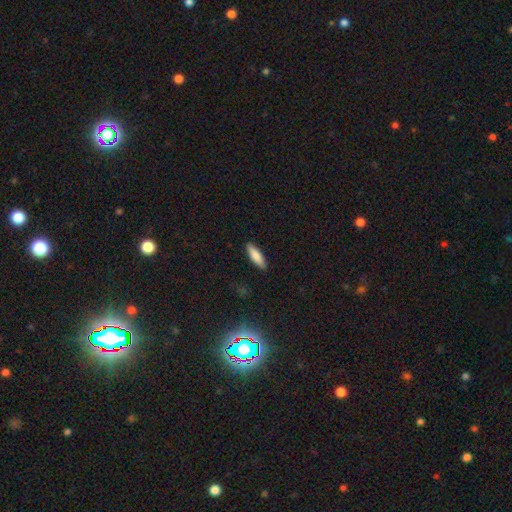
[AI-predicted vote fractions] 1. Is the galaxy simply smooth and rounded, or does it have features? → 83% smooth, 11% featured or disk, 6% star or artifact.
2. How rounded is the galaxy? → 56% cigar-shaped, 43% in between, 2% round.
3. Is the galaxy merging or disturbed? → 89% none, 8% minor disturbance, 2% major disturbance, 1% merger.